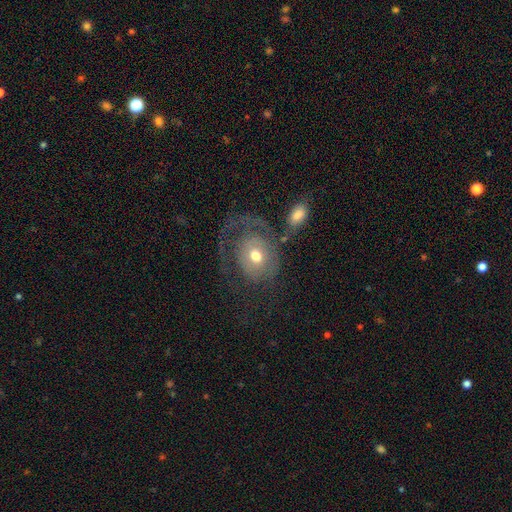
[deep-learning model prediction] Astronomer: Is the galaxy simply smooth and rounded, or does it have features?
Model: featured or disk — 53% (runner-up: smooth, 39%).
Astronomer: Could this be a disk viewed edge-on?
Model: no — 95%.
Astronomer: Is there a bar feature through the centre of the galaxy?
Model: no — 78%.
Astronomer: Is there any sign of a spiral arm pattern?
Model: yes — 57% (runner-up: no, 43%).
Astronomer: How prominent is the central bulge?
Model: moderate — 68%.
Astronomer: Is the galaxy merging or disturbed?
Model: none — 37%, tied with major disturbance at 37%.